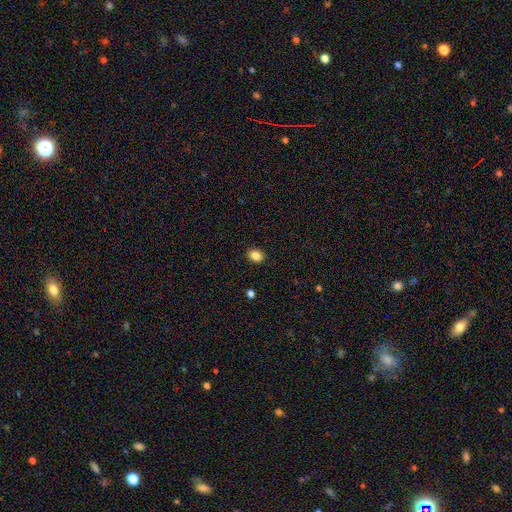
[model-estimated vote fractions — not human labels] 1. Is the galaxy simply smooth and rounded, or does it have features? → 86% smooth, 10% star or artifact, 3% featured or disk.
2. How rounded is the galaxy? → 52% round, 47% in between, 1% cigar-shaped.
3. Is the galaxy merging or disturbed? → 90% none, 7% minor disturbance, 2% major disturbance, 1% merger.